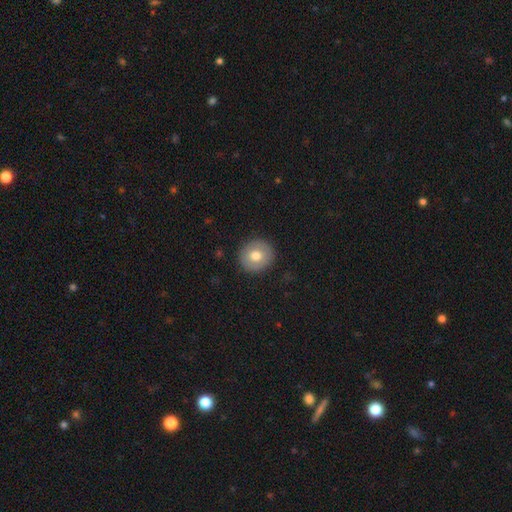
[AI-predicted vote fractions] Smooth or featured?
  - smooth: 72% *
  - featured or disk: 21%
  - star or artifact: 8%
How rounded?
  - round: 87% *
  - in between: 12%
  - cigar-shaped: 1%
Merging?
  - none: 90% *
  - minor disturbance: 7%
  - major disturbance: 2%
  - merger: 1%